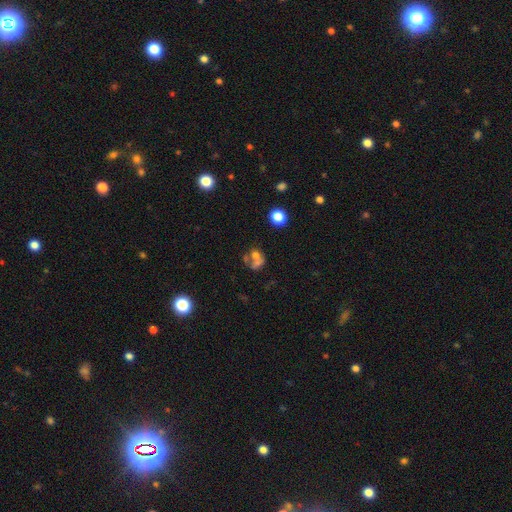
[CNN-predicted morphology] Smooth or featured? Predicted: smooth (p=0.52). How rounded? Predicted: round (p=0.54). Merging? Predicted: merger (p=0.54).